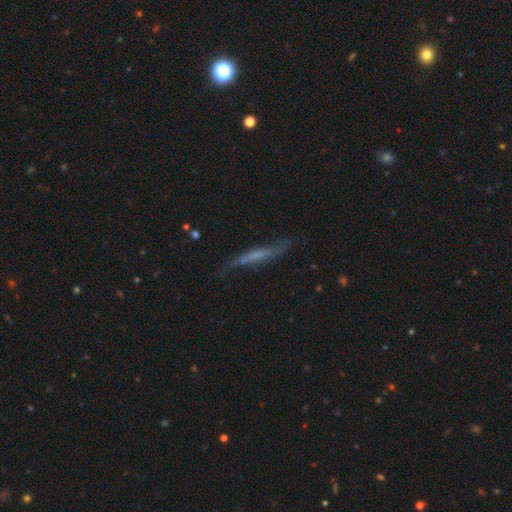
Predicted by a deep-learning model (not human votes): Smooth or featured? featured or disk (54%)
Edge-on disk? yes (66%)
Merging? none (61%)